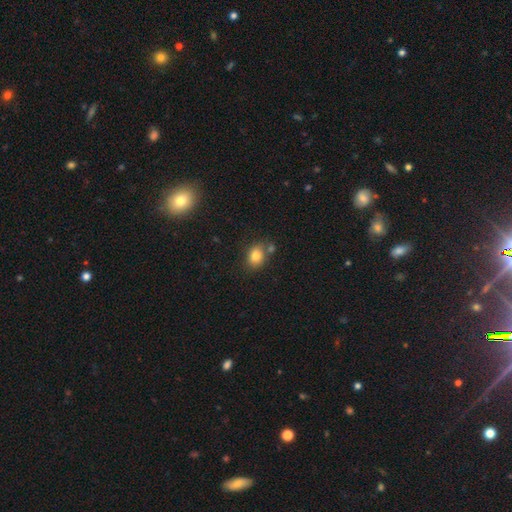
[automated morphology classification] A smooth galaxy with no disk features (82%) that is in between round and cigar-shaped (58%).

Vote fractions:
- Smooth or featured? smooth: 82% / star or artifact: 10% / featured or disk: 8%
- How rounded? in between: 58% / round: 41% / cigar-shaped: 1%
- Merging? none: 66% / minor disturbance: 15% / merger: 15% / major disturbance: 4%